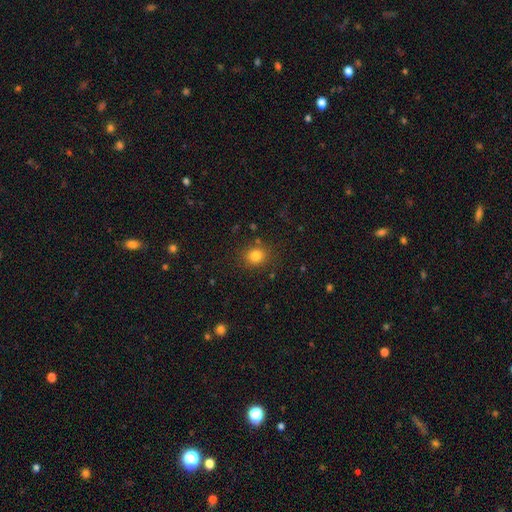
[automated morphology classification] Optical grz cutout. It shows a smooth galaxy with no disk features (81%) that is round (76%). Merging: none (84%).